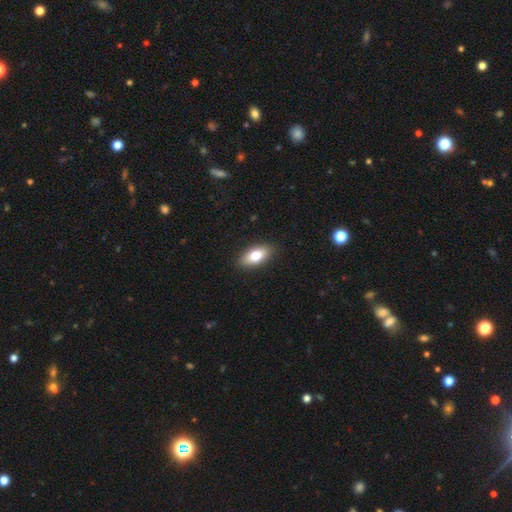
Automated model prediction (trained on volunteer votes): smooth-or-featured: smooth: 77% | featured or disk: 16% | star or artifact: 7%
  how-rounded: in between: 89% | cigar-shaped: 7% | round: 4%
  merging: none: 89% | minor disturbance: 8% | major disturbance: 2% | merger: 1%